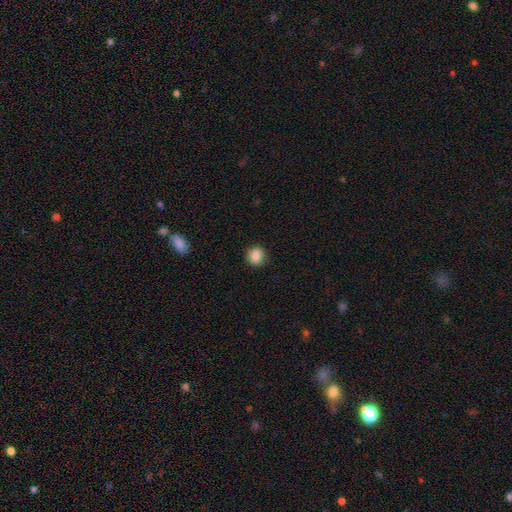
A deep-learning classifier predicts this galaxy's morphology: smooth-or-featured: smooth: 85% | star or artifact: 9% | featured or disk: 6%
  how-rounded: round: 76% | in between: 23% | cigar-shaped: 1%
  merging: none: 86% | minor disturbance: 10% | major disturbance: 3% | merger: 1%